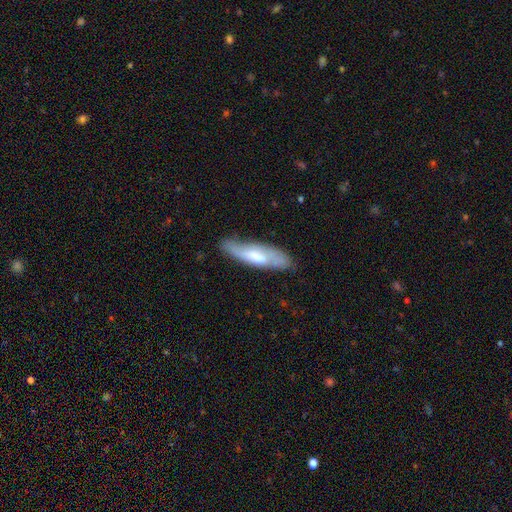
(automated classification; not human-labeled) smooth-or-featured: smooth: 52% | featured or disk: 42% | star or artifact: 6%
  how-rounded: cigar-shaped: 68% | in between: 30% | round: 1%
  merging: none: 71% | minor disturbance: 22% | major disturbance: 5% | merger: 2%